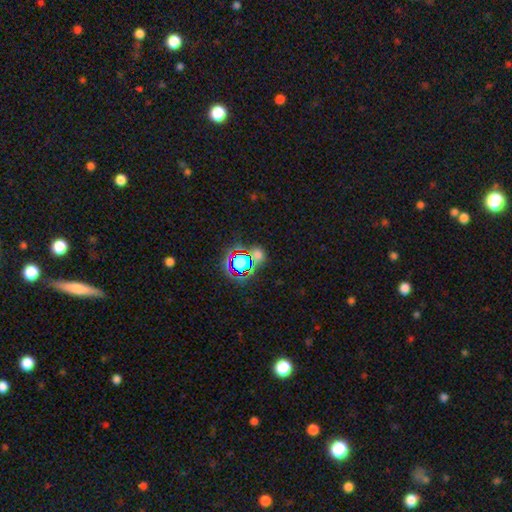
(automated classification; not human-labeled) A star or artifact, not a galaxy (67%).